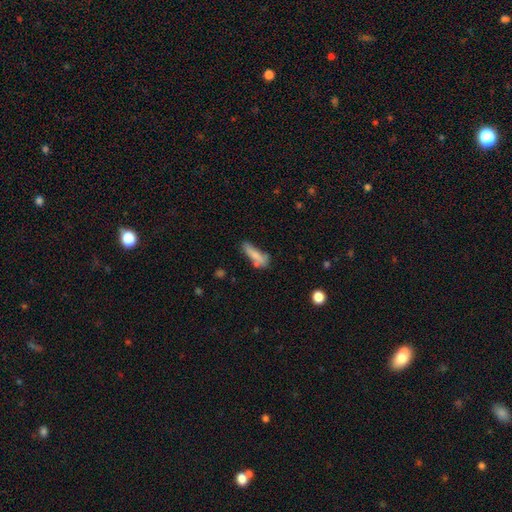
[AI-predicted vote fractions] Smooth or featured? smooth (74%)
How rounded? cigar-shaped (59%)
Merging? none (44%)